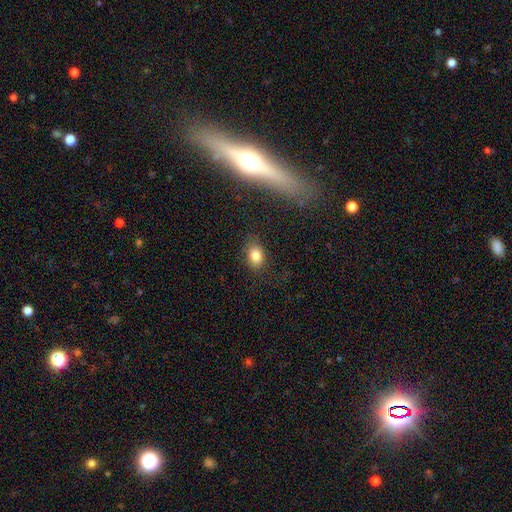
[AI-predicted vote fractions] Smooth or featured: smooth — 81% (star or artifact — 11%)
How rounded: in between — 70% (round — 28%)
Merging: none — 80% (minor disturbance — 14%)